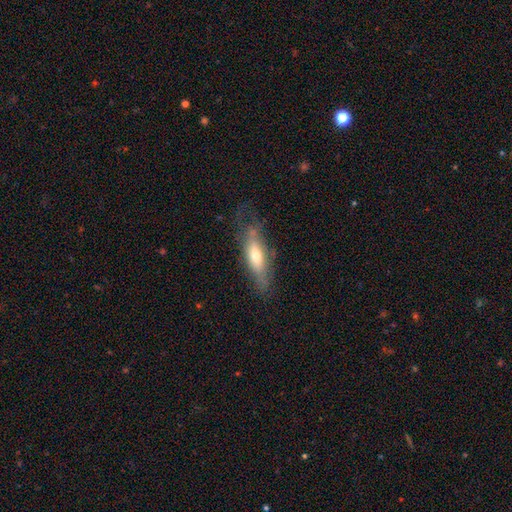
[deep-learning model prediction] Smooth or featured?
  - smooth: 51% *
  - featured or disk: 42%
  - star or artifact: 7%
How rounded?
  - in between: 49% *
  - cigar-shaped: 48%
  - round: 2%
Merging?
  - none: 58% *
  - minor disturbance: 25%
  - major disturbance: 15%
  - merger: 2%